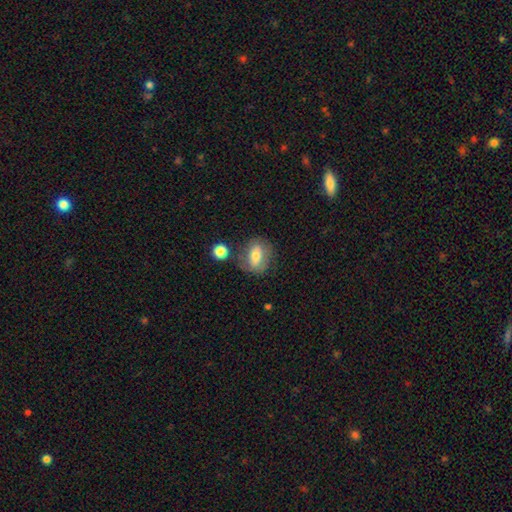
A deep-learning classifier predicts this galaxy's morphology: smooth_or_featured: smooth (p=0.64) [alt: featured or disk p=0.27]
how_rounded: in between (p=0.67) [alt: round p=0.28]
merging: none (p=0.68) [alt: minor disturbance p=0.18]